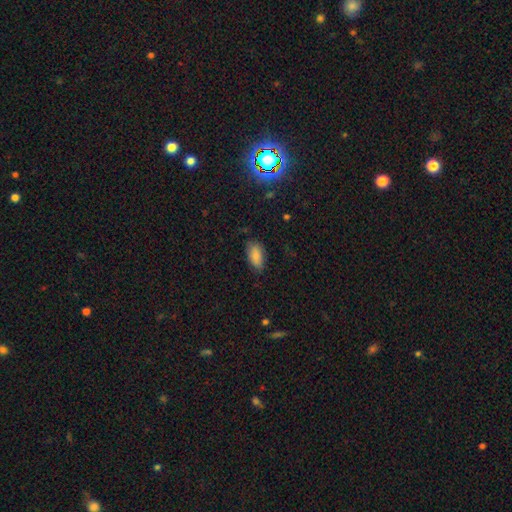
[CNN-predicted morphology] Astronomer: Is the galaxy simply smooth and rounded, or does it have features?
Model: smooth — 84%.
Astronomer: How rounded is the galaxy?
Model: in between — 92%.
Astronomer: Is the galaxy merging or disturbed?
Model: none — 77%.